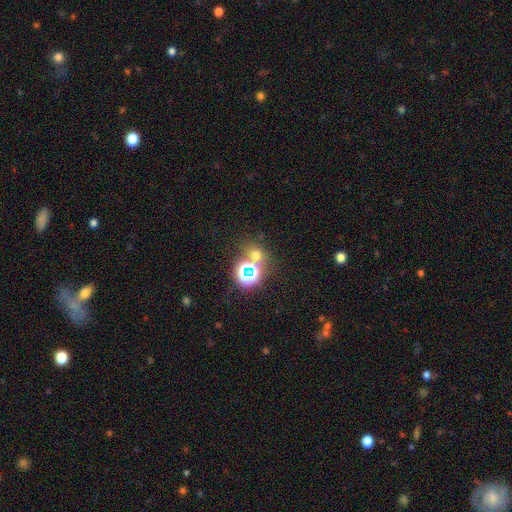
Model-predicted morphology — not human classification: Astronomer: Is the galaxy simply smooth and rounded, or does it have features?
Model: smooth — 49% (runner-up: star or artifact, 42%).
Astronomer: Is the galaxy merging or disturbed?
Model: none — 67%.